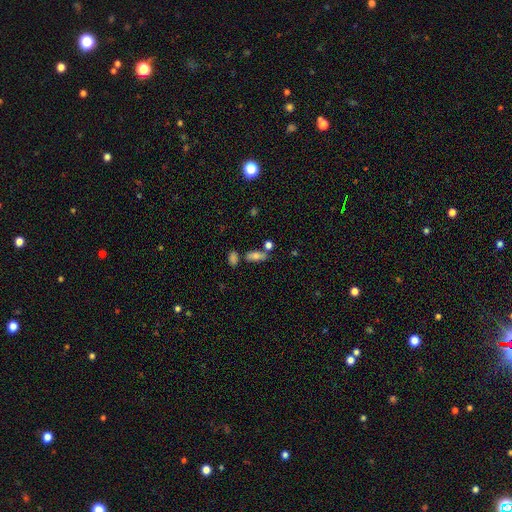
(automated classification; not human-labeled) Smooth or featured: smooth — 71% (featured or disk — 17%)
How rounded: in between — 78% (cigar-shaped — 17%)
Merging: none — 61% (merger — 19%)